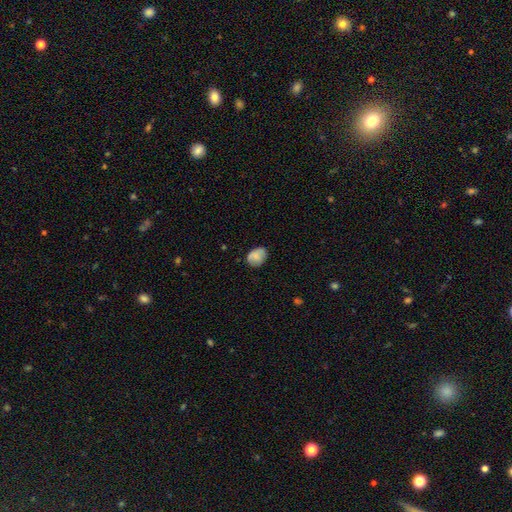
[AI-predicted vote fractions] smooth 78%, featured or disk 14%, star or artifact 8%. Down the decision tree: how rounded — in between (61%); merging — none (71%).